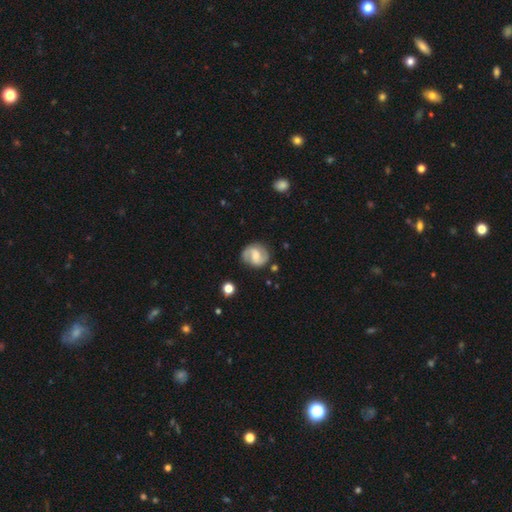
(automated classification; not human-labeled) The model was most divided on "bulge size": moderate: 48%, small: 35%, none: 9%, large: 7%, dominant: 1%. Remaining: edge-on disk — no (98%); spiral arms — yes (93%); spiral arm count — 2 (89%); merging — none (79%); smooth or featured — featured or disk (75%); bar — weak (52%); spiral winding — medium (49%).